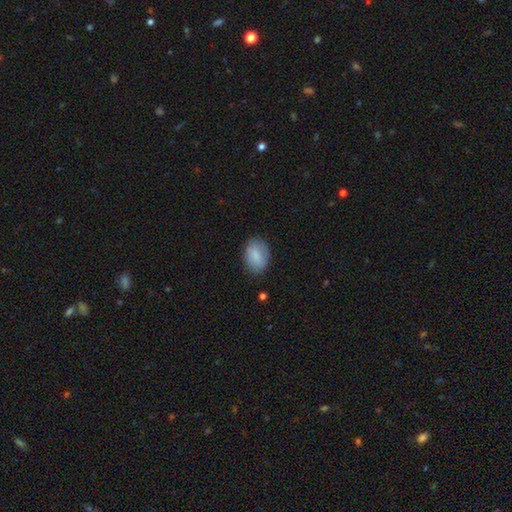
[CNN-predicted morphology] Overall: smooth (82%). How rounded: in between (81%). Merging: none (80%).